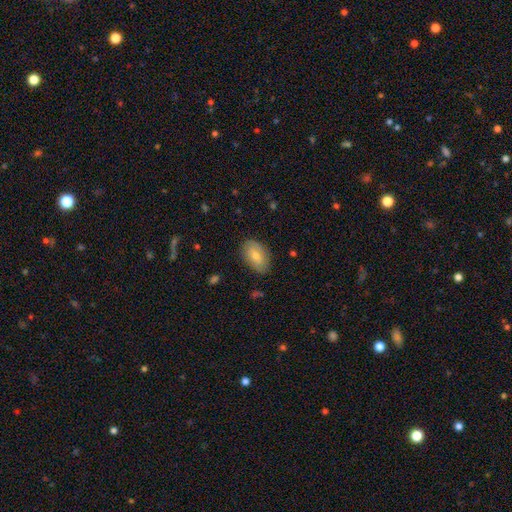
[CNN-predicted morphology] smooth 58%, featured or disk 33%, star or artifact 9%. Down the decision tree: how rounded — in between (90%); merging — none (81%).